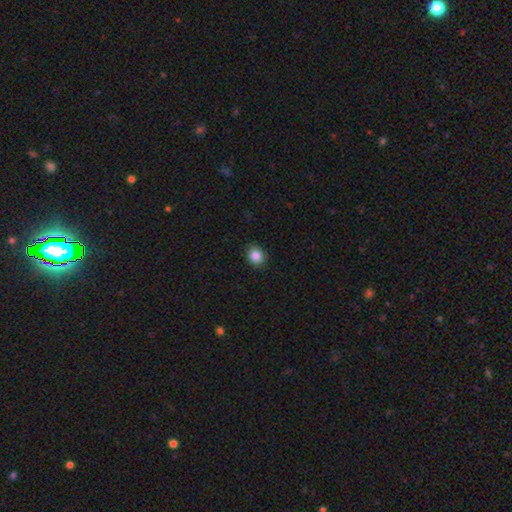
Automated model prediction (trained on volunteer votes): Smooth or featured? smooth (86%)
How rounded? round (67%)
Merging? none (88%)